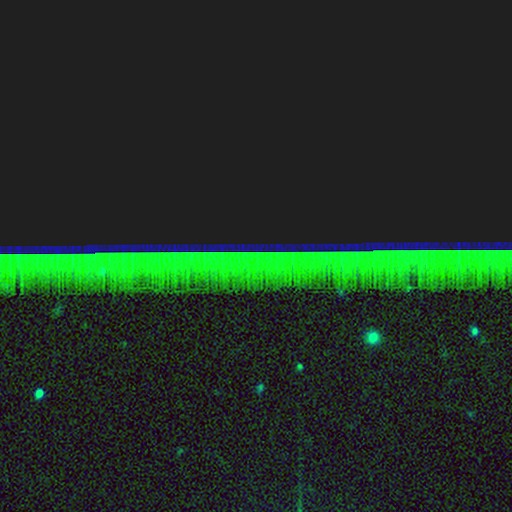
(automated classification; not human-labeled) Overall: star or artifact (86%).